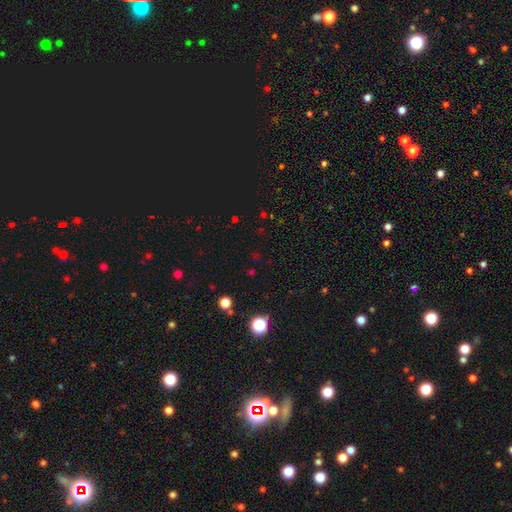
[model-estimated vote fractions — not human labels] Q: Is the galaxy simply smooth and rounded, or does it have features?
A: star or artifact — 63%.